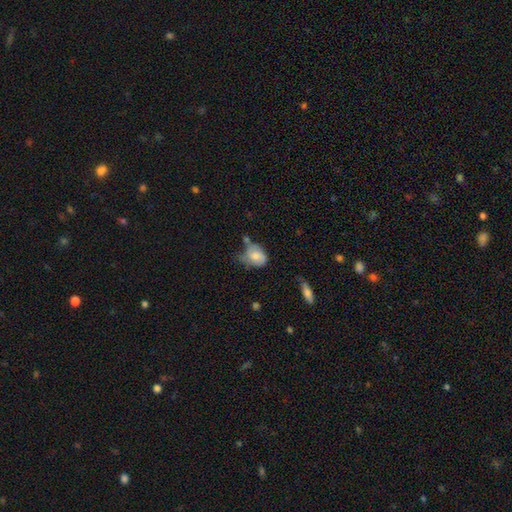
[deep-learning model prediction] Morphology: type=smooth (70%); roundness=in between (63%); merging=minor disturbance (38%).